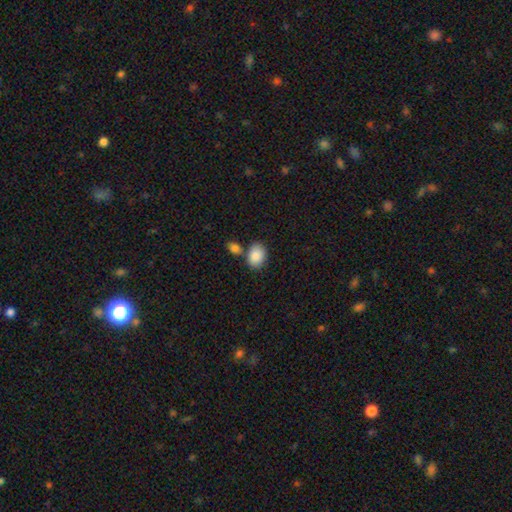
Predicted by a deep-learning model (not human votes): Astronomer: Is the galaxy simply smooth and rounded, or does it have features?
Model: smooth — 88%.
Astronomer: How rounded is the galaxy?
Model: in between — 77%.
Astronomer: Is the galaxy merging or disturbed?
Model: none — 62%.